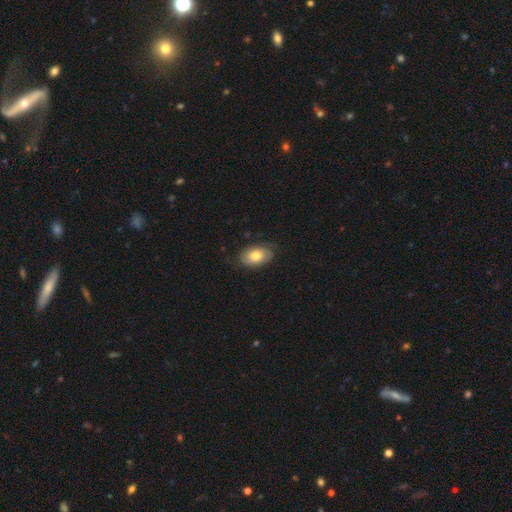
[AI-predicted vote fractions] Morphology: type=smooth (71%); roundness=in between (89%); merging=none (74%).